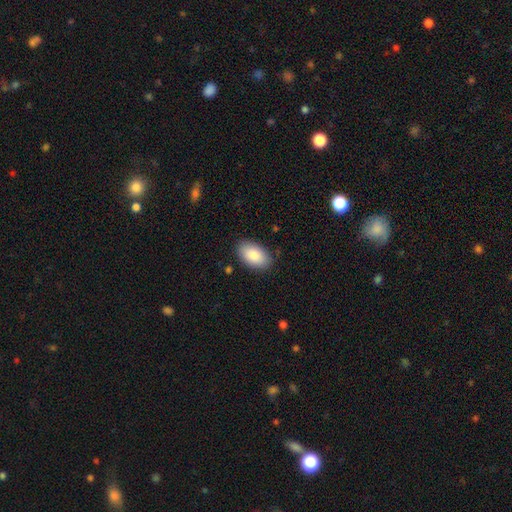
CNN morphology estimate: smooth 87%, featured or disk 7%, star or artifact 6%. Down the decision tree: how rounded — in between (94%); merging — none (86%).